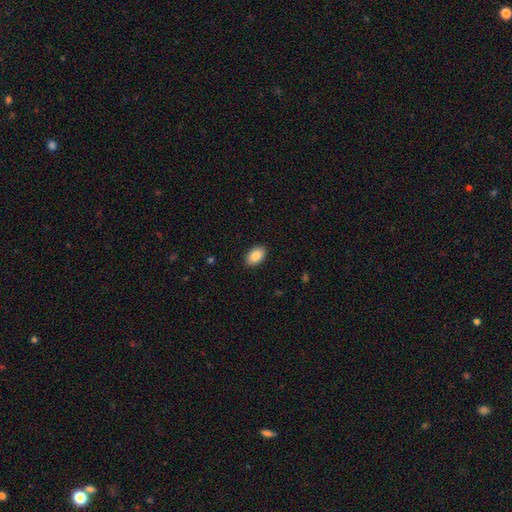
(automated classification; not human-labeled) Overall: smooth (88%). How rounded: in between (92%). Merging: none (89%).